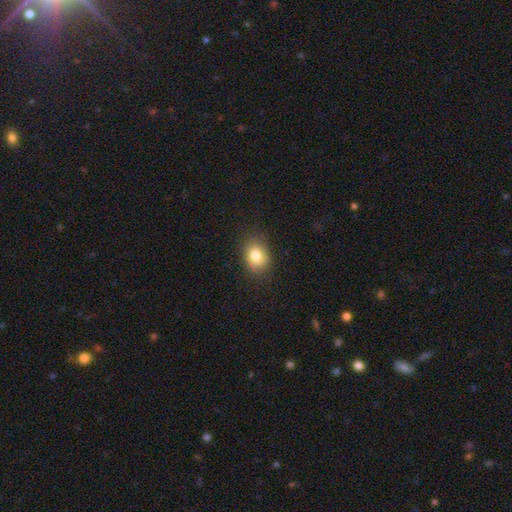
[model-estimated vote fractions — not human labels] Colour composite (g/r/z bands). It shows a smooth galaxy with no disk features (82%) that is in between round and cigar-shaped (60%). Merging: none (82%).